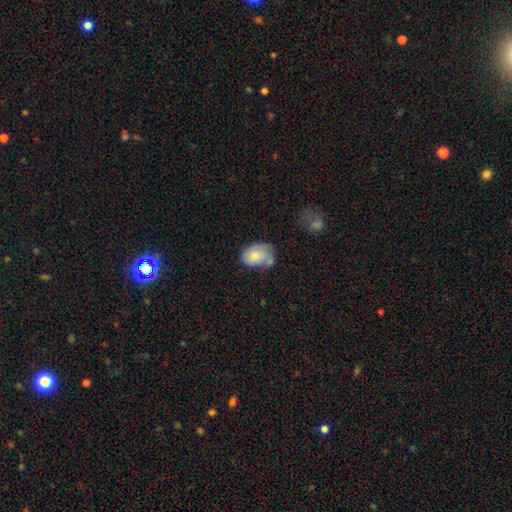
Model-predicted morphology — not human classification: This appears to be a smooth galaxy with no disk features (71%) that is in between round and cigar-shaped (77%). Merging: none (37%).